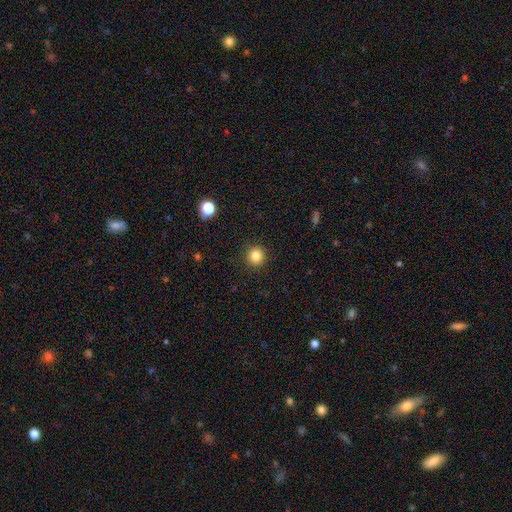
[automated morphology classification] smooth-or-featured: smooth: 83% | star or artifact: 12% | featured or disk: 5%
  how-rounded: round: 93% | in between: 6% | cigar-shaped: 1%
  merging: none: 92% | minor disturbance: 5% | major disturbance: 2% | merger: 1%